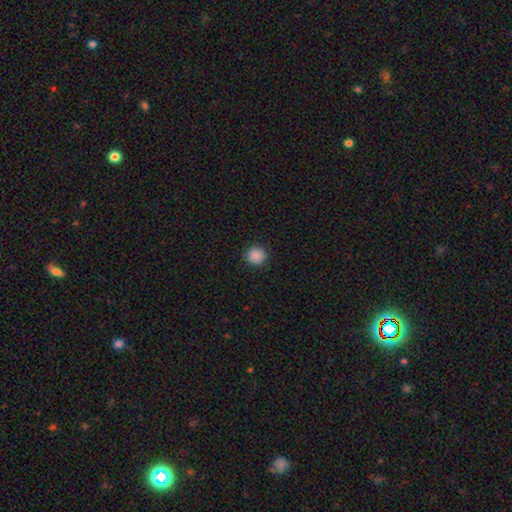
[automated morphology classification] The model was most divided on "smooth or featured": smooth: 88%, star or artifact: 9%, featured or disk: 2%. More confident: merging — none (91%); how rounded — round (91%).